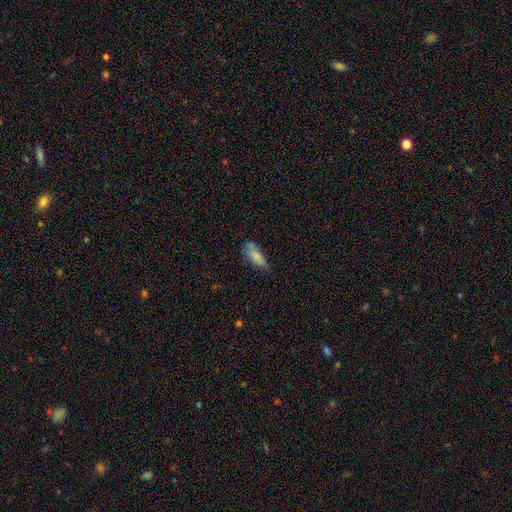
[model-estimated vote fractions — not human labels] Q: Smooth or featured?
A: smooth (79%); runner-up: featured or disk (13%)
Q: How rounded?
A: in between (72%); runner-up: cigar-shaped (25%)
Q: Merging?
A: none (50%); runner-up: minor disturbance (34%)